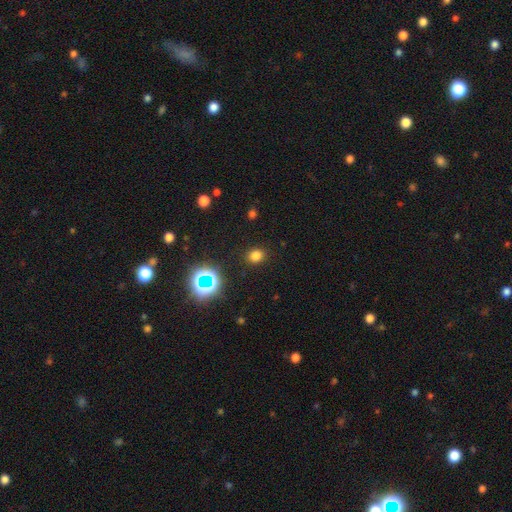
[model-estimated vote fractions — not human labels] Morphology: type=smooth (75%); roundness=round (66%); merging=none (89%).